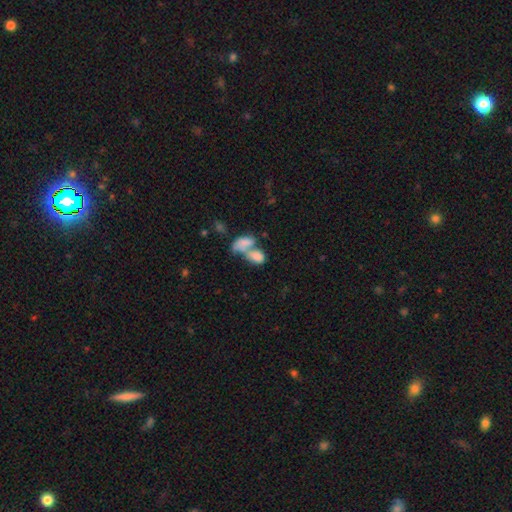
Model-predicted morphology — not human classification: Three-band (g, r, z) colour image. It shows a smooth galaxy with no disk features (75%) that is in between round and cigar-shaped (89%). Merging: merger (73%).